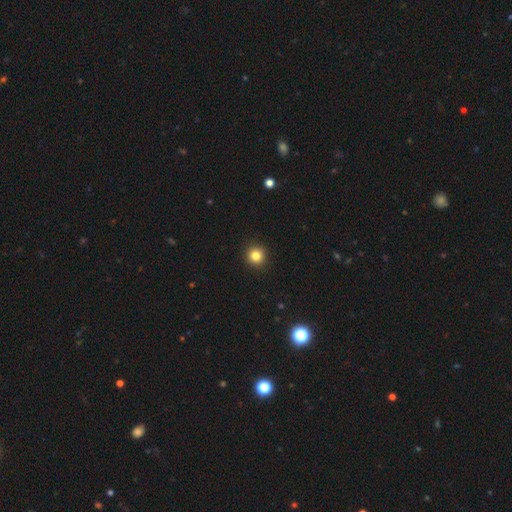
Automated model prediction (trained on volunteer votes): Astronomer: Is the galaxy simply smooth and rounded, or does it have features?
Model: smooth — 83%.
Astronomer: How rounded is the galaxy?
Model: round — 95%.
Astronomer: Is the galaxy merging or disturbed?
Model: none — 93%.